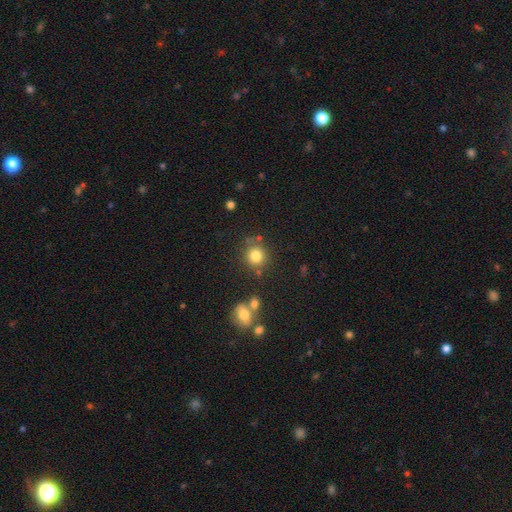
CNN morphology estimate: This appears to be a smooth galaxy with no disk features (81%) that is round (88%). Merging: none (75%).